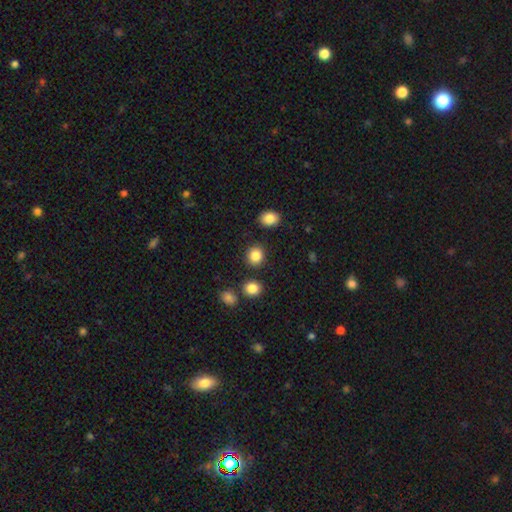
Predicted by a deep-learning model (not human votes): This appears to be a smooth galaxy with no disk features (85%) that is round (83%). Merging: none (88%).